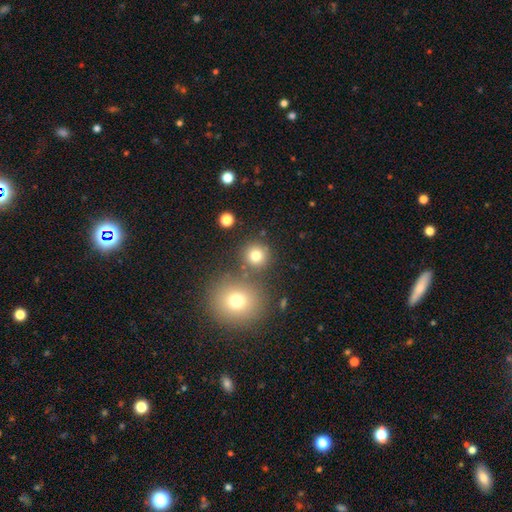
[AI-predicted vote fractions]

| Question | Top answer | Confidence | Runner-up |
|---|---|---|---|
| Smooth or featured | smooth | 77% | star or artifact (15%) |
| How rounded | round | 92% | in between (7%) |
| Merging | none | 78% | merger (12%) |